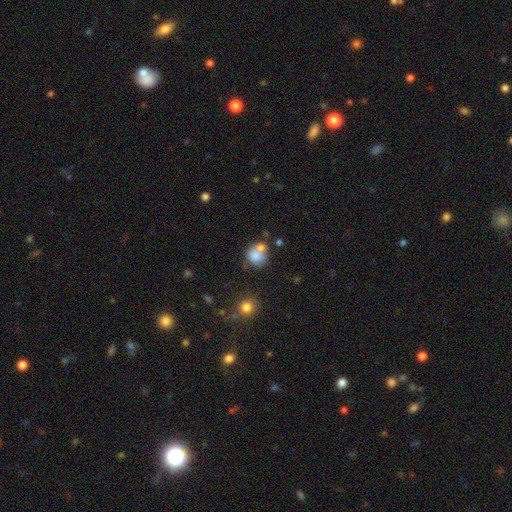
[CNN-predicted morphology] A smooth galaxy with no disk features (76%) that is round (77%). Merging: none (40%, tied with merger).